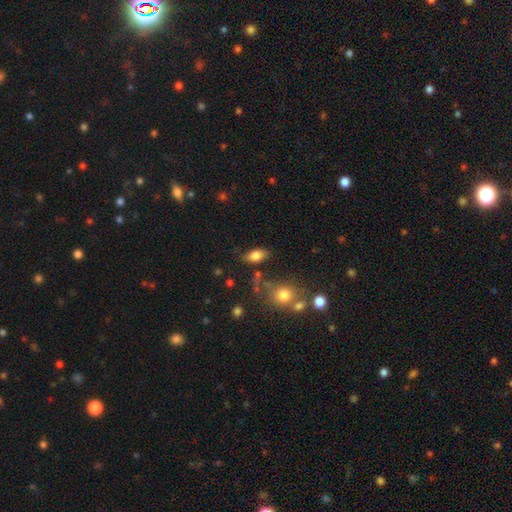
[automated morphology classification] A smooth galaxy with no disk features (79%) that is in between round and cigar-shaped (88%).

Vote fractions:
- Smooth or featured? smooth: 79% / featured or disk: 12% / star or artifact: 9%
- How rounded? in between: 88% / round: 7% / cigar-shaped: 5%
- Merging? none: 75% / minor disturbance: 14% / merger: 7% / major disturbance: 5%